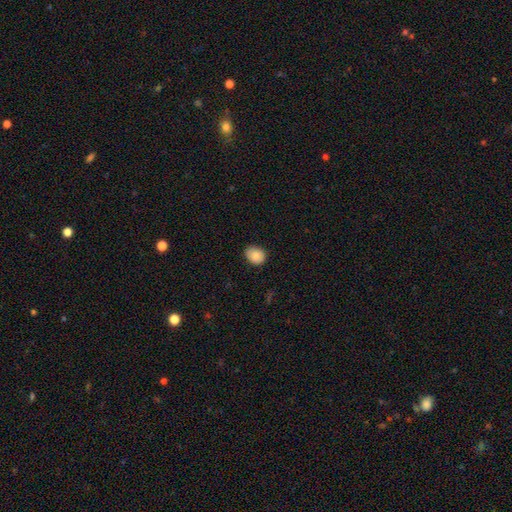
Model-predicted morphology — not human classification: Smooth or featured?
  - smooth: 84% *
  - star or artifact: 8%
  - featured or disk: 7%
How rounded?
  - in between: 54% *
  - round: 46%
  - cigar-shaped: 1%
Merging?
  - none: 78% *
  - minor disturbance: 19%
  - major disturbance: 3%
  - merger: 1%